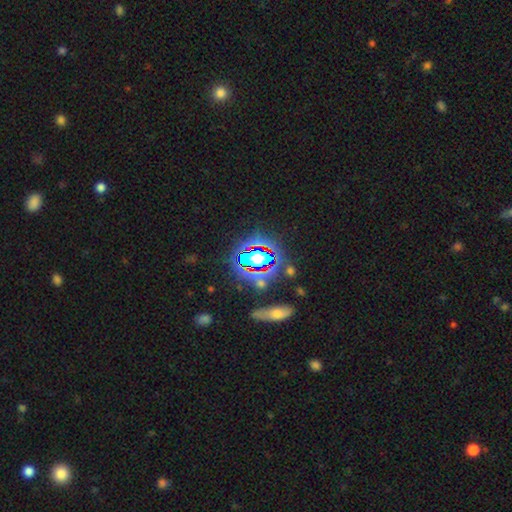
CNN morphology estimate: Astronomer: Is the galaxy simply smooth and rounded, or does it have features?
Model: star or artifact — 73%.